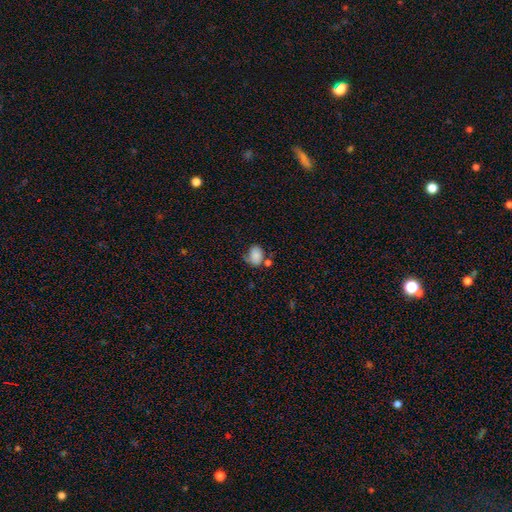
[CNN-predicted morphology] smooth-or-featured: smooth: 83% | star or artifact: 9% | featured or disk: 8%
  how-rounded: in between: 67% | round: 32% | cigar-shaped: 1%
  merging: none: 52% | minor disturbance: 24% | merger: 15% | major disturbance: 9%